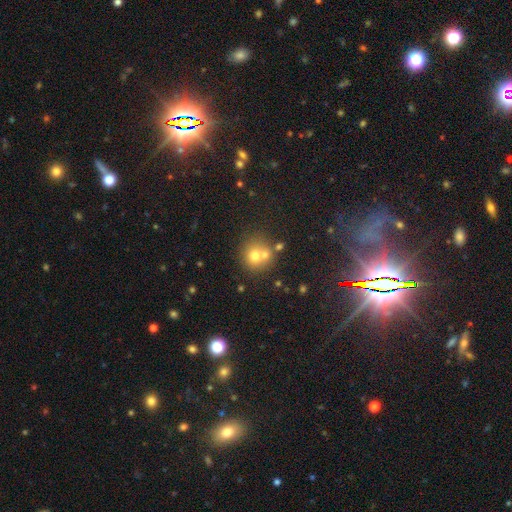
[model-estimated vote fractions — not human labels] Smooth or featured?
  - smooth: 69% *
  - featured or disk: 18%
  - star or artifact: 13%
How rounded?
  - round: 86% *
  - in between: 13%
  - cigar-shaped: 1%
Merging?
  - none: 48% *
  - merger: 39%
  - minor disturbance: 9%
  - major disturbance: 4%